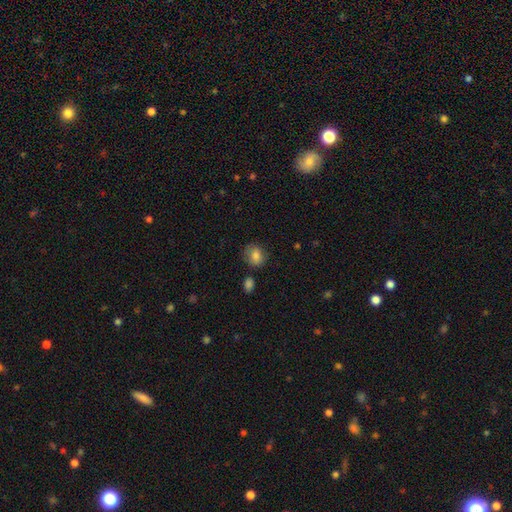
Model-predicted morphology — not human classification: Smooth or featured? smooth (81%)
How rounded? round (62%)
Merging? none (76%)